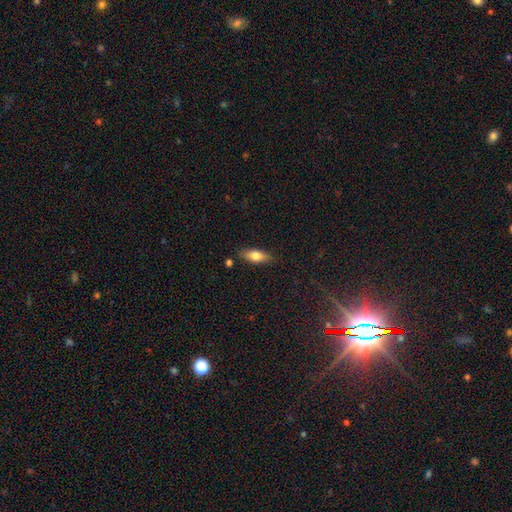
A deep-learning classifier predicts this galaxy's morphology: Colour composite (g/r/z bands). It shows a smooth galaxy with no disk features (70%) that is in between round and cigar-shaped (70%). Merging: none (85%).